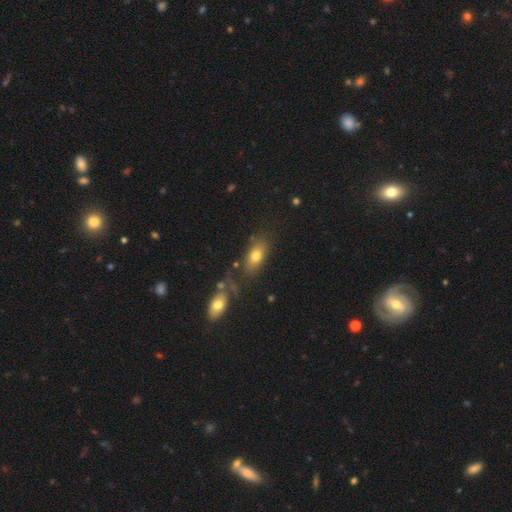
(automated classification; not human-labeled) Morphology: type=smooth (74%); roundness=in between (86%); merging=none (65%).